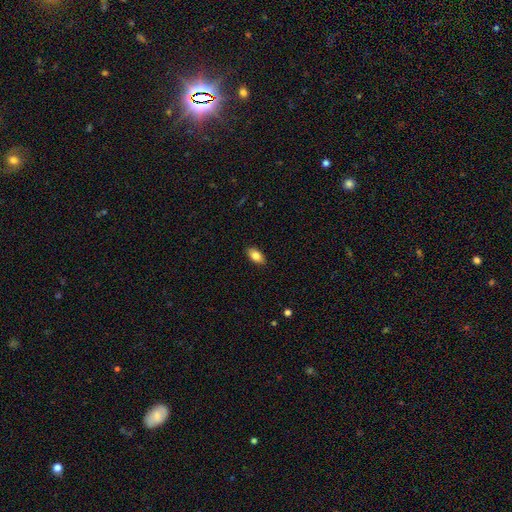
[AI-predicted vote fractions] Smooth or featured? Predicted: smooth (p=0.84). How rounded? Predicted: in between (p=0.92). Merging? Predicted: none (p=0.88).